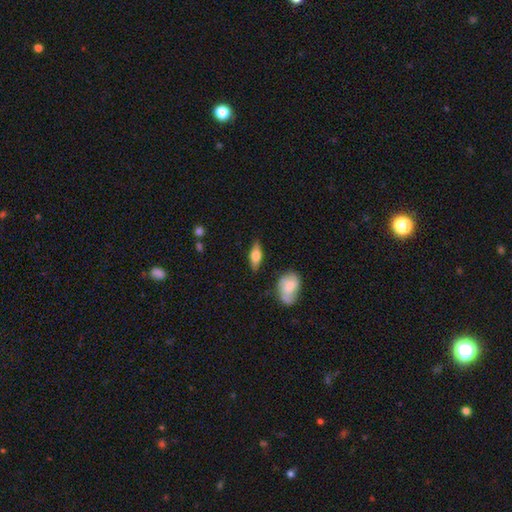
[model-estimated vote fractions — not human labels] Smooth or featured? Predicted: smooth (p=0.61). How rounded? Predicted: in between (p=0.71). Merging? Predicted: none (p=0.81).